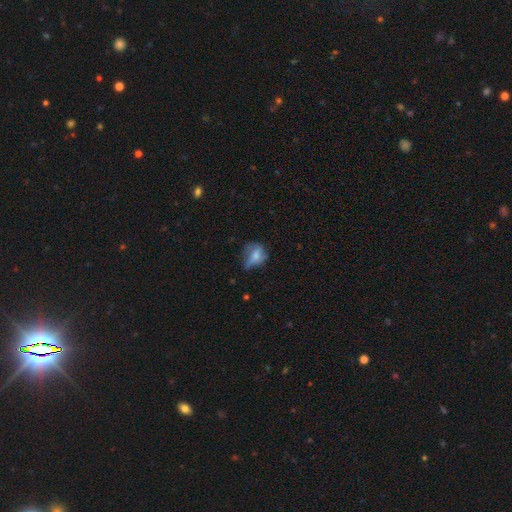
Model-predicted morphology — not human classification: Q: Smooth or featured?
A: smooth (56%); runner-up: featured or disk (32%)
Q: How rounded?
A: in between (59%); runner-up: round (36%)
Q: Merging?
A: none (37%); runner-up: minor disturbance (32%)